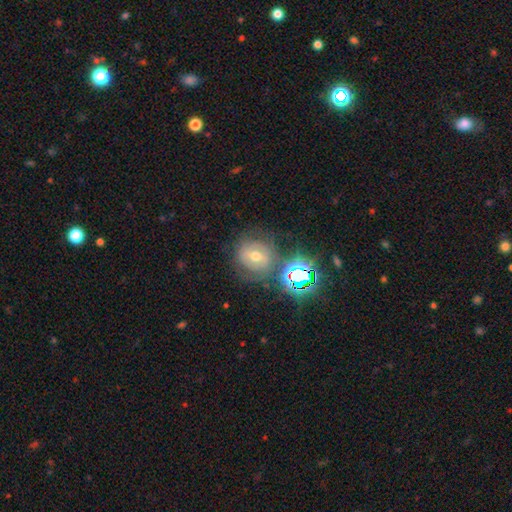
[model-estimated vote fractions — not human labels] smooth-or-featured: featured or disk: 42% | smooth: 32% | star or artifact: 26%
  merging: none: 69% | minor disturbance: 15% | major disturbance: 8% | merger: 7%